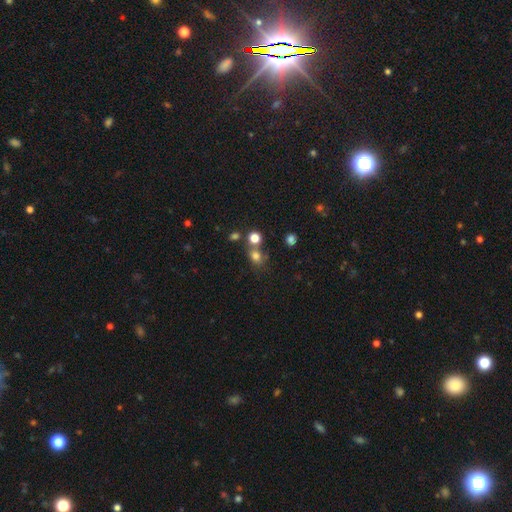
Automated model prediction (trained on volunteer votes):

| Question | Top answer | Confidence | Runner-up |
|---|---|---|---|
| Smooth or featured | smooth | 75% | star or artifact (17%) |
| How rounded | round | 64% | in between (35%) |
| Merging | none | 57% | merger (26%) |